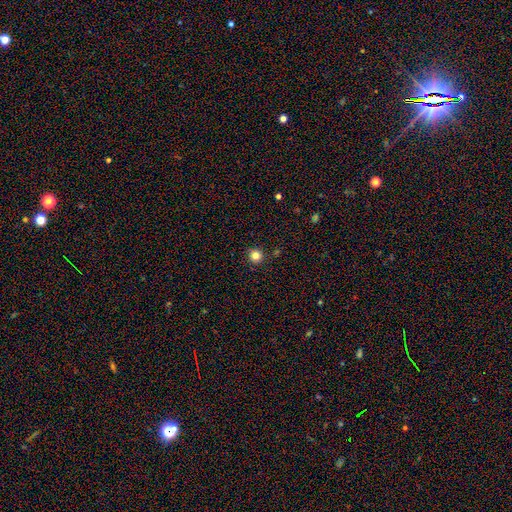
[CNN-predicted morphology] Smooth or featured?
  - smooth: 82% *
  - star or artifact: 13%
  - featured or disk: 5%
How rounded?
  - round: 94% *
  - in between: 5%
  - cigar-shaped: 1%
Merging?
  - none: 90% *
  - minor disturbance: 6%
  - merger: 2%
  - major disturbance: 2%